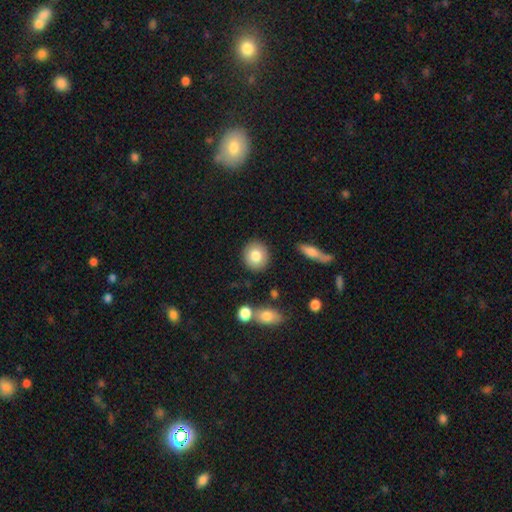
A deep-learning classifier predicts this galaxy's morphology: smooth-or-featured: smooth: 81% | featured or disk: 12% | star or artifact: 7%
  how-rounded: round: 82% | in between: 17% | cigar-shaped: 1%
  merging: none: 88% | minor disturbance: 7% | merger: 2% | major disturbance: 2%